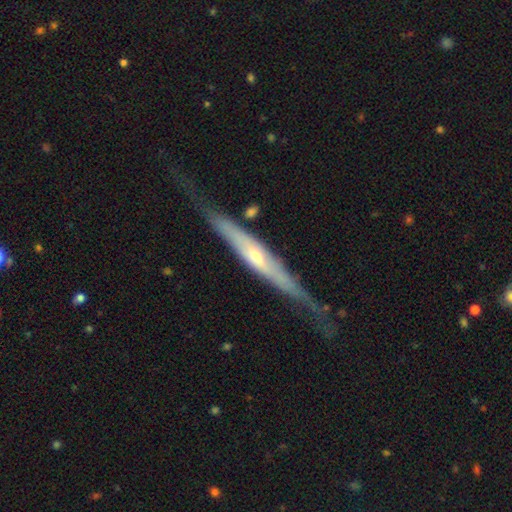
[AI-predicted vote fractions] smooth_or_featured: featured or disk (p=0.78) [alt: smooth p=0.16]
disk_edge_on: yes (p=0.82) [alt: no p=0.18]
edge_on_bulge: rounded (p=0.64) [alt: none p=0.27]
merging: none (p=0.67) [alt: minor disturbance p=0.22]